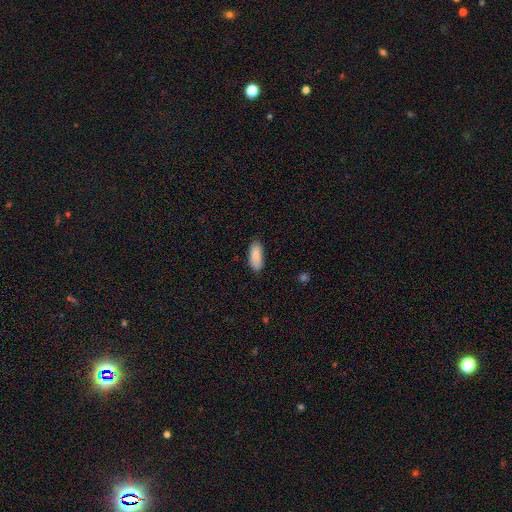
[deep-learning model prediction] Smooth or featured?
  - smooth: 88% *
  - featured or disk: 6%
  - star or artifact: 6%
How rounded?
  - in between: 83% *
  - cigar-shaped: 16%
  - round: 2%
Merging?
  - none: 82% *
  - minor disturbance: 14%
  - major disturbance: 2%
  - merger: 1%